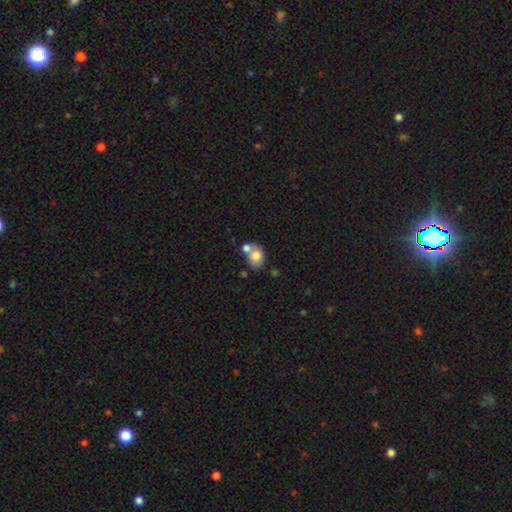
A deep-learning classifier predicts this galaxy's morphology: Smooth or featured? Predicted: smooth (p=0.75). How rounded? Predicted: in between (p=0.62). Merging? Predicted: merger (p=0.50).